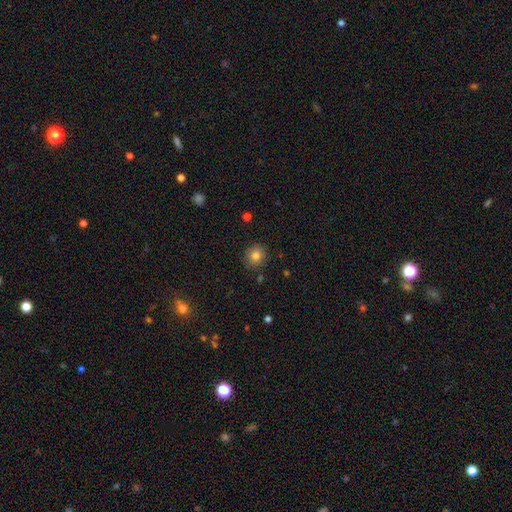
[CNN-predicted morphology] smooth-or-featured: smooth: 80% | star or artifact: 11% | featured or disk: 9%
  how-rounded: round: 86% | in between: 13% | cigar-shaped: 1%
  merging: none: 86% | minor disturbance: 10% | major disturbance: 2% | merger: 2%